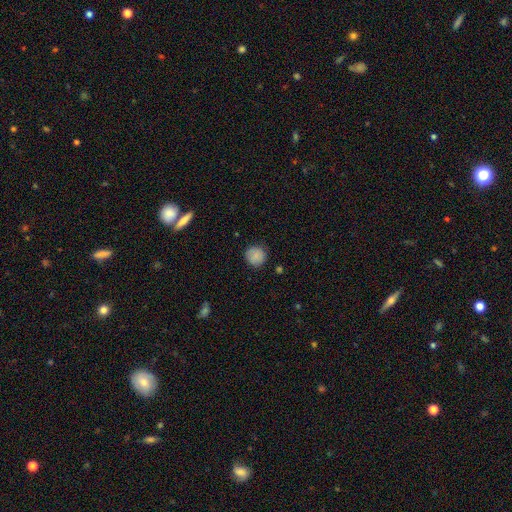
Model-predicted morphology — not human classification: Q: Smooth or featured?
A: smooth (86%); runner-up: star or artifact (9%)
Q: How rounded?
A: round (93%); runner-up: in between (6%)
Q: Merging?
A: none (87%); runner-up: minor disturbance (10%)